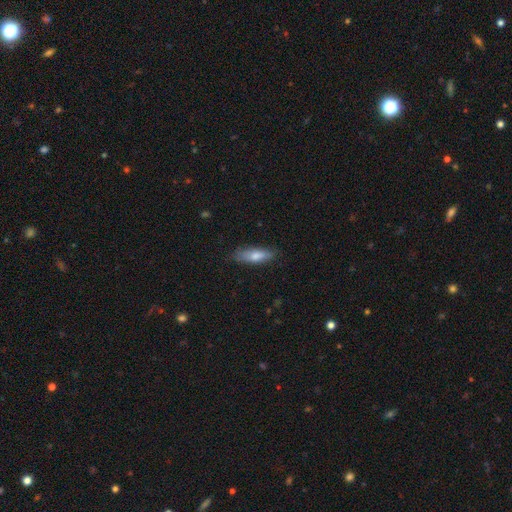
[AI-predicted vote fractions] A smooth galaxy with no disk features (70%) that is cigar-shaped (51%). Merging: none (81%).